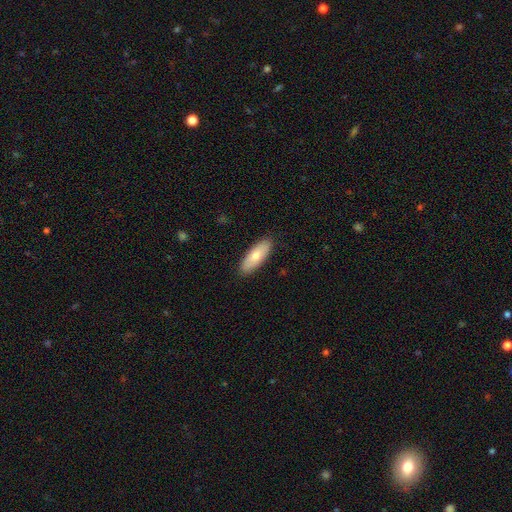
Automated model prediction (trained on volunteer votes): Smooth or featured: smooth — 70% (featured or disk — 25%)
How rounded: in between — 72% (cigar-shaped — 26%)
Merging: none — 89% (minor disturbance — 9%)